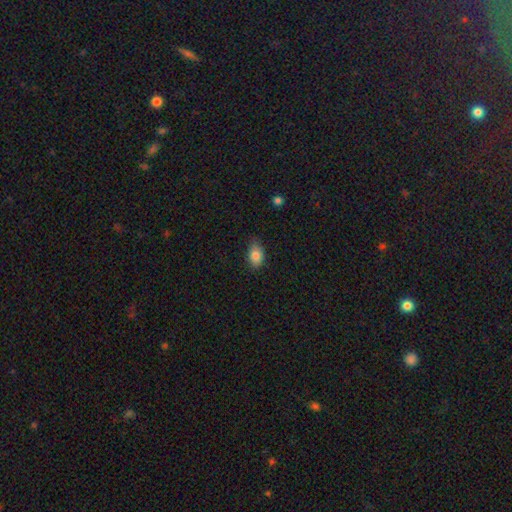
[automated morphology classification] Q: Smooth or featured?
A: smooth (84%); runner-up: star or artifact (8%)
Q: How rounded?
A: in between (85%); runner-up: round (13%)
Q: Merging?
A: none (74%); runner-up: minor disturbance (21%)